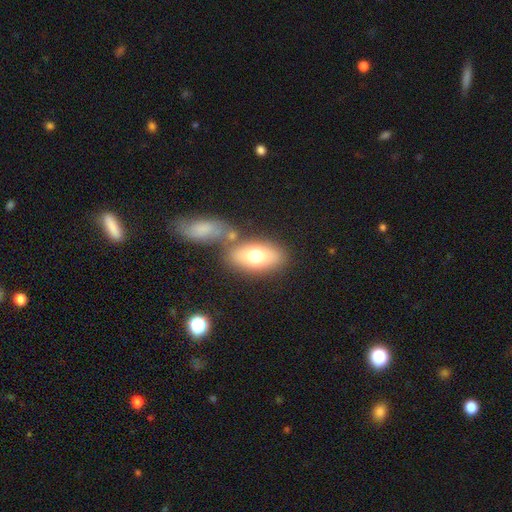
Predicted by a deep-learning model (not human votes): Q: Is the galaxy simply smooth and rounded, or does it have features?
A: smooth — 71%.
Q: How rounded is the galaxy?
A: in between — 87%.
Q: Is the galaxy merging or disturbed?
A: none — 60%.